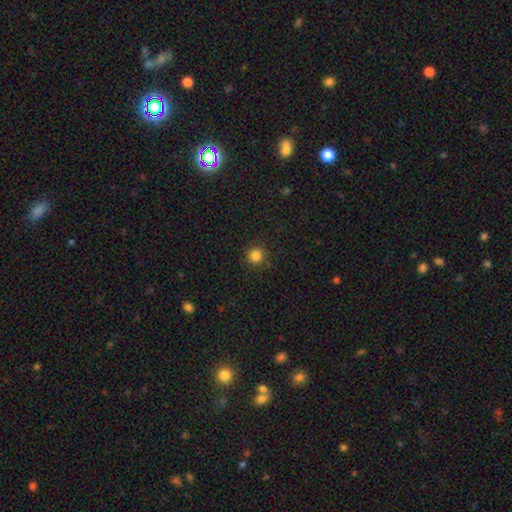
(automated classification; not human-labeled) Smooth or featured? smooth (84%)
How rounded? round (95%)
Merging? none (90%)